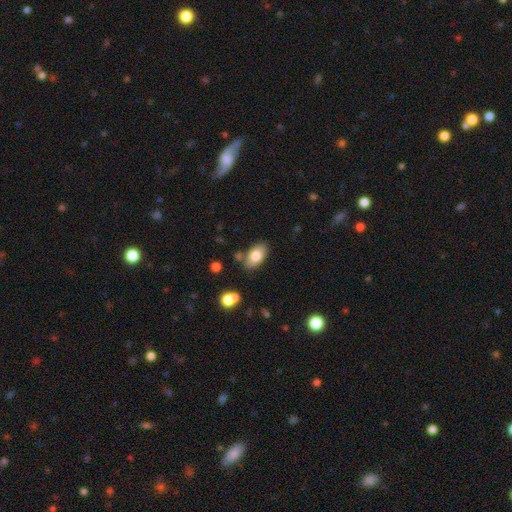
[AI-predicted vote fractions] Q: Smooth or featured?
A: smooth (78%); runner-up: featured or disk (15%)
Q: How rounded?
A: in between (93%); runner-up: round (6%)
Q: Merging?
A: none (76%); runner-up: minor disturbance (14%)